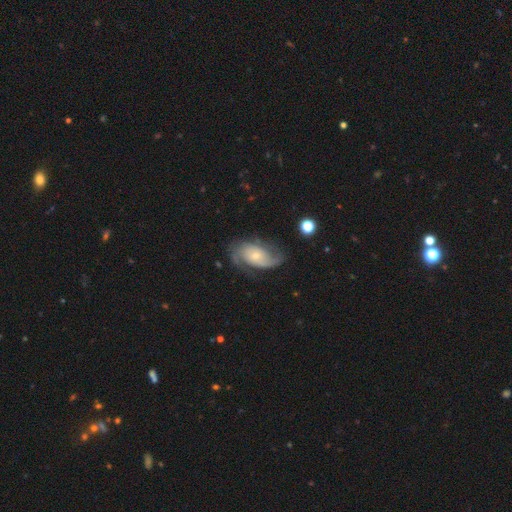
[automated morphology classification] type=featured or disk (76%); edge-on=no (96%); bar=no (71%); spiral arms=yes (92%); winding=medium (41%); arm count=2 (74%); bulge=small (65%); merging=none (60%).